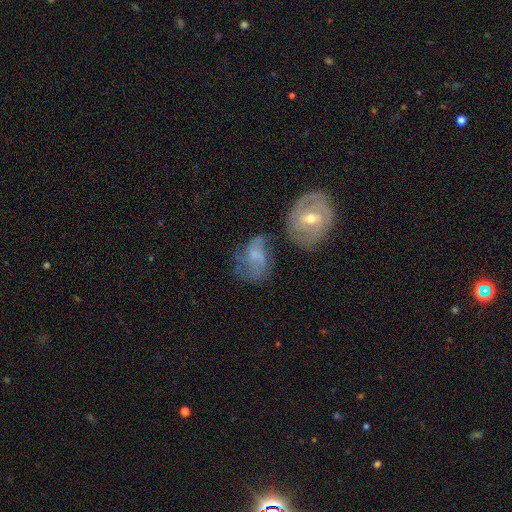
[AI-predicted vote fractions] A featured or disk galaxy (59%) with no bar (56%), spiral arms (76%) and a small central bulge (43%). Merging: none (34%).